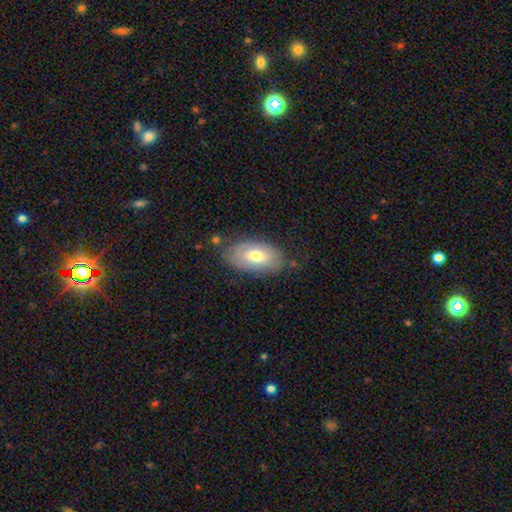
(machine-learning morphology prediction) Overall: smooth (64%; featured or disk 29%). How rounded: in between (93%). Merging: none (75%).